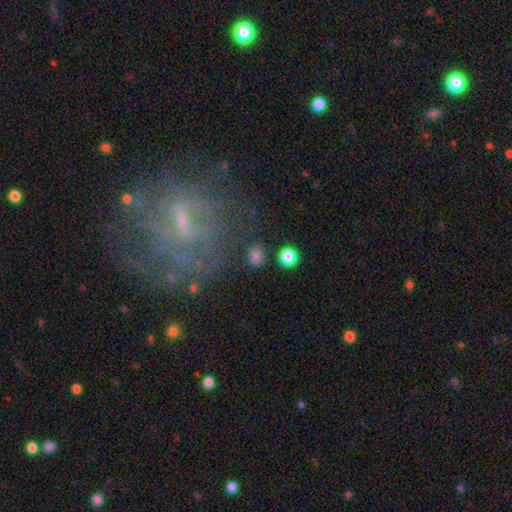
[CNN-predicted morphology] smooth-or-featured: smooth: 79% | star or artifact: 12% | featured or disk: 9%
  how-rounded: round: 69% | in between: 30% | cigar-shaped: 2%
  merging: none: 81% | minor disturbance: 9% | major disturbance: 5% | merger: 4%